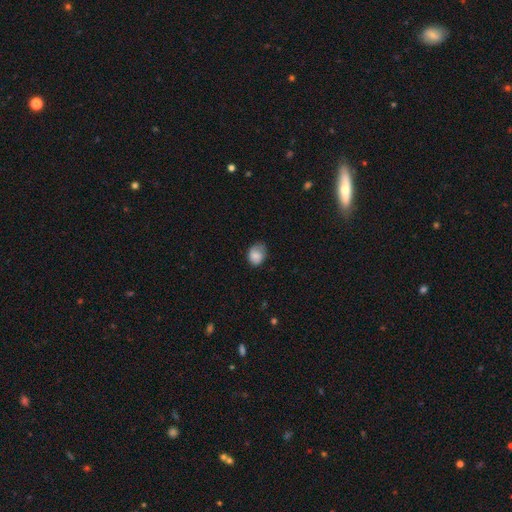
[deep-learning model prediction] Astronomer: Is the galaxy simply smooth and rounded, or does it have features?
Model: smooth — 79%.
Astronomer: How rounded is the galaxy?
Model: in between — 53% (runner-up: round, 46%).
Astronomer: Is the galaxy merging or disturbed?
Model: none — 57% (runner-up: minor disturbance, 33%).